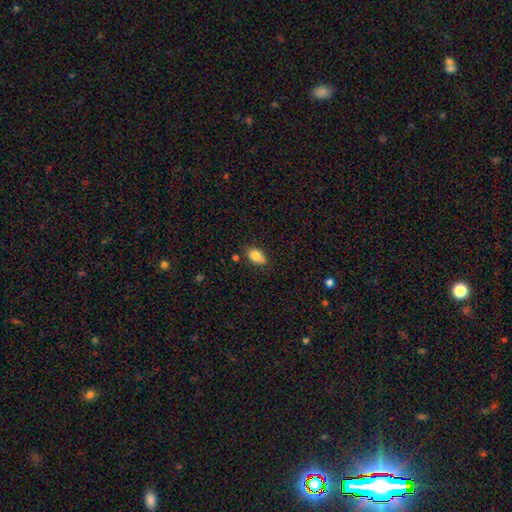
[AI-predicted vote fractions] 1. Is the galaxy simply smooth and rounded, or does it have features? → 82% smooth, 10% featured or disk, 8% star or artifact.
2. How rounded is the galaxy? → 86% in between, 13% round, 2% cigar-shaped.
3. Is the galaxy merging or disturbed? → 72% none, 21% minor disturbance, 4% merger, 3% major disturbance.